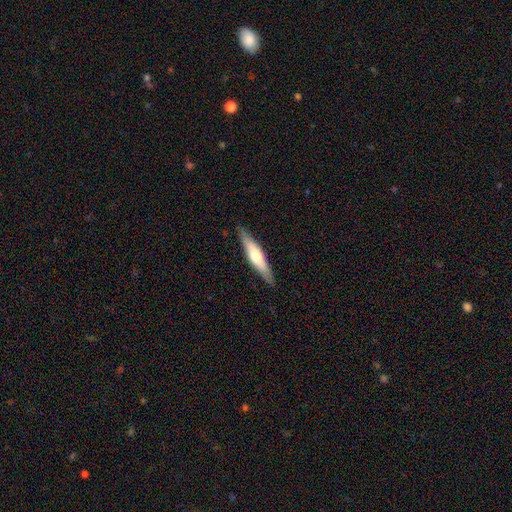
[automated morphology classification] smooth 48%, featured or disk 47%, star or artifact 5%. Down the decision tree: merging — none (87%).